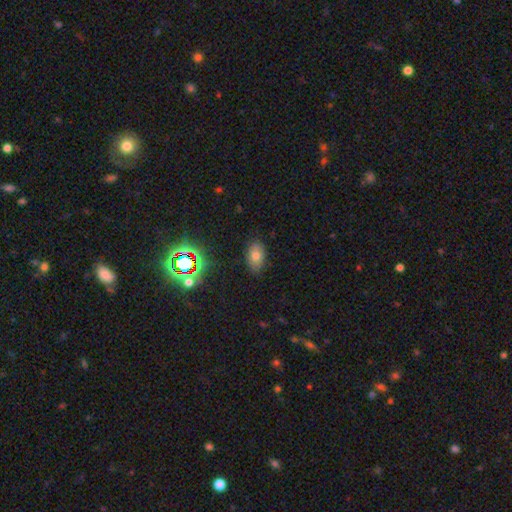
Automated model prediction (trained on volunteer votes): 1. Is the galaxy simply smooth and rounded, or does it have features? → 69% smooth, 17% star or artifact, 14% featured or disk.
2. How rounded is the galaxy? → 88% in between, 10% round, 2% cigar-shaped.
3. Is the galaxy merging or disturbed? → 84% none, 12% minor disturbance, 3% major disturbance, 2% merger.